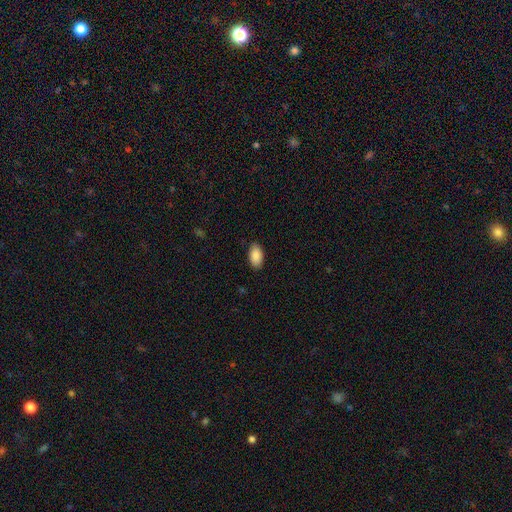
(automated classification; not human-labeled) This is clearly a smooth galaxy (89%). How rounded: clearly in between (95%). Merging: clearly none (87%).